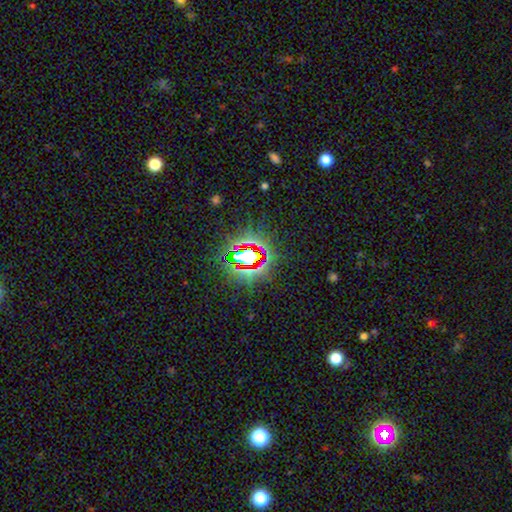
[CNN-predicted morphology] The model was most divided on "smooth or featured": star or artifact: 77%, smooth: 14%, featured or disk: 9%.